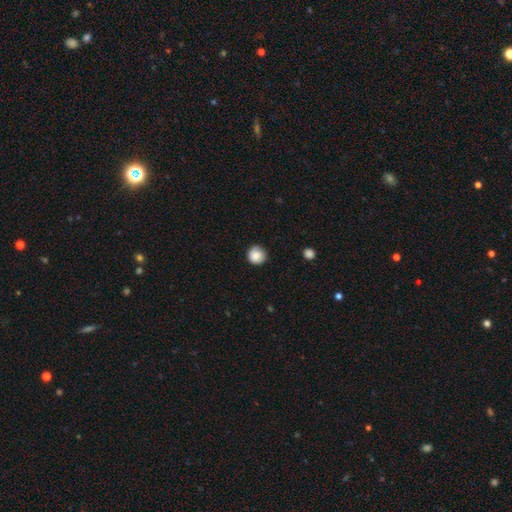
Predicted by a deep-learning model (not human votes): smooth-or-featured: smooth: 86% | star or artifact: 9% | featured or disk: 5%
  how-rounded: round: 94% | in between: 5% | cigar-shaped: 1%
  merging: none: 85% | minor disturbance: 11% | major disturbance: 2% | merger: 1%